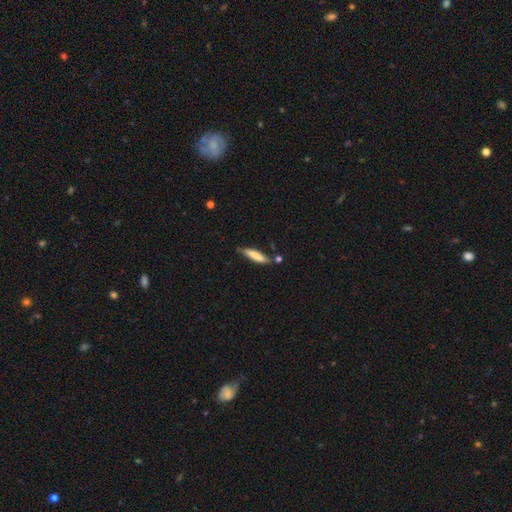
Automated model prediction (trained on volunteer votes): Smooth or featured? Predicted: smooth (p=0.78). How rounded? Predicted: cigar-shaped (p=0.80). Merging? Predicted: none (p=0.66).